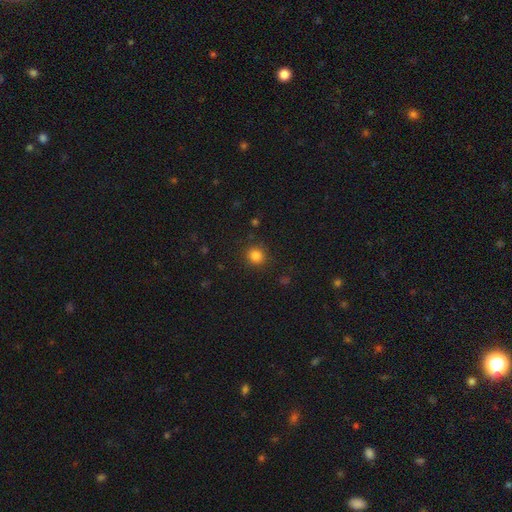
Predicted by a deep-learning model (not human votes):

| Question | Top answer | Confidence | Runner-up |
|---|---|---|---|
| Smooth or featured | smooth | 83% | star or artifact (12%) |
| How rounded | round | 91% | in between (8%) |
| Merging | none | 88% | minor disturbance (8%) |